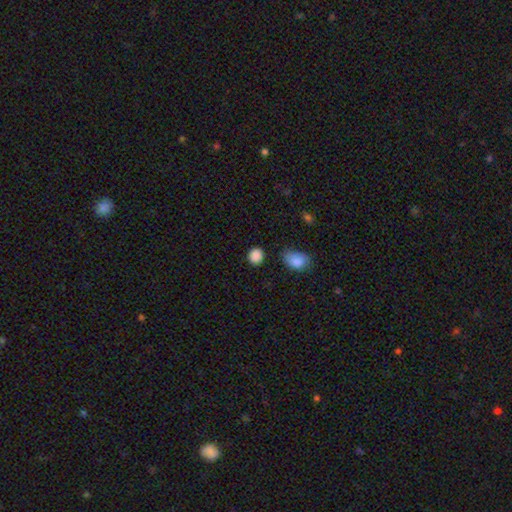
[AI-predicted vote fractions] Smooth or featured?
  - smooth: 88% *
  - star or artifact: 9%
  - featured or disk: 3%
How rounded?
  - round: 79% *
  - in between: 20%
  - cigar-shaped: 1%
Merging?
  - none: 83% *
  - minor disturbance: 10%
  - merger: 3%
  - major disturbance: 3%